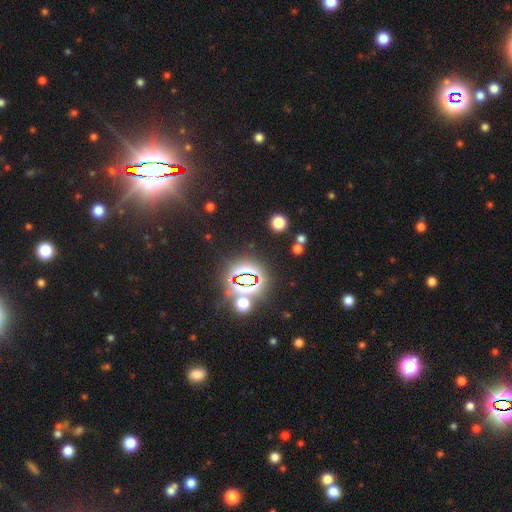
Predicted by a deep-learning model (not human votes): Q: Smooth or featured?
A: star or artifact (80%); runner-up: smooth (13%)